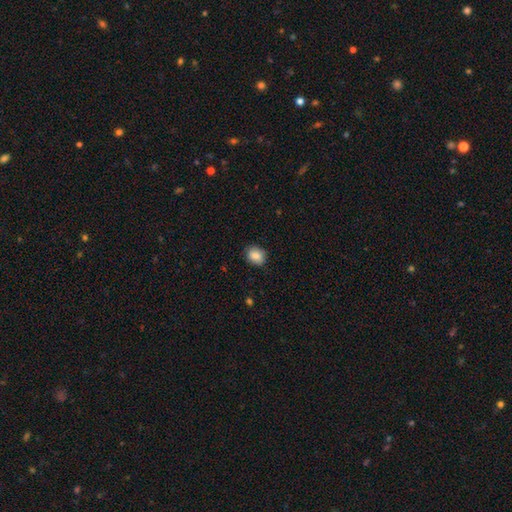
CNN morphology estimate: A smooth galaxy with no disk features (86%) that is in between round and cigar-shaped (55%). Merging: none (83%).